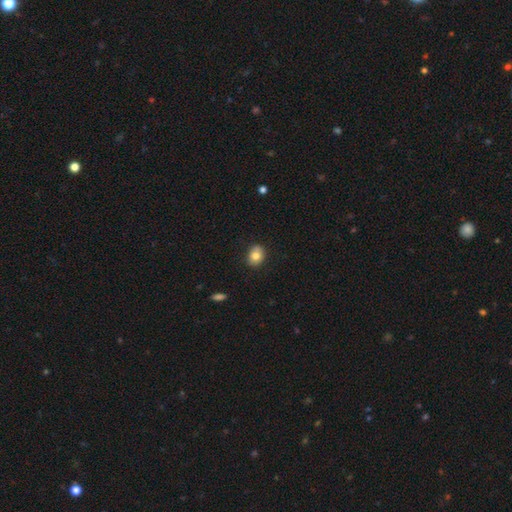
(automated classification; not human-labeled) smooth 81%, featured or disk 11%, star or artifact 9%. Down the decision tree: how rounded — in between (52%); merging — none (84%).